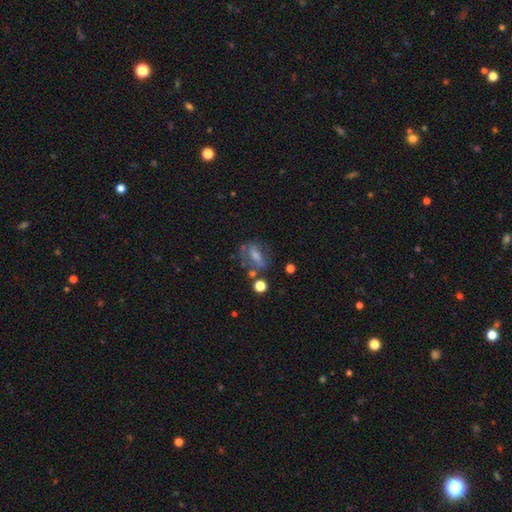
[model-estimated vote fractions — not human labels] Smooth or featured? smooth (48%)
Merging? none (48%)